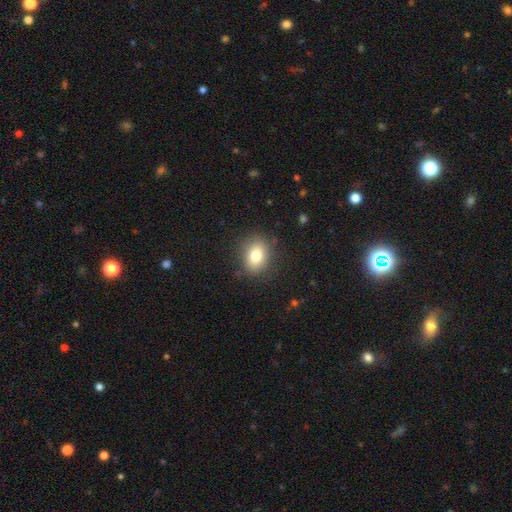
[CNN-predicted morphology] A smooth galaxy with no disk features (78%) that is in between round and cigar-shaped (55%).

Vote fractions:
- Smooth or featured? smooth: 78% / featured or disk: 12% / star or artifact: 10%
- How rounded? in between: 55% / round: 44% / cigar-shaped: 1%
- Merging? none: 84% / minor disturbance: 11% / major disturbance: 4% / merger: 1%